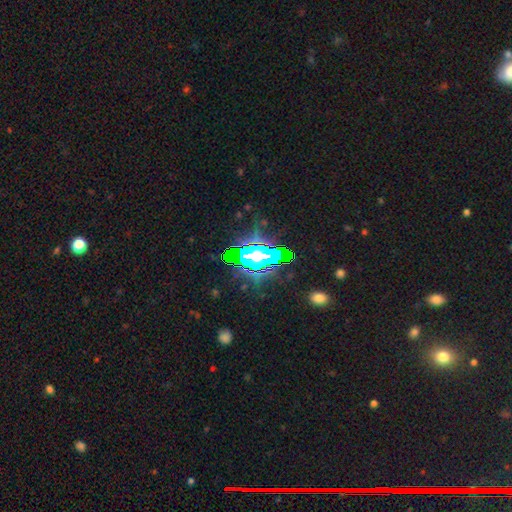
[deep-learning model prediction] smooth_or_featured: star or artifact (p=0.63) [alt: smooth p=0.19]